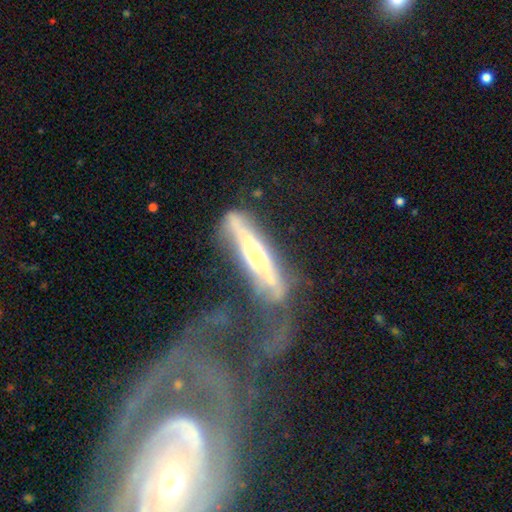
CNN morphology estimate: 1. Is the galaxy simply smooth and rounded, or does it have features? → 65% featured or disk, 28% smooth, 7% star or artifact.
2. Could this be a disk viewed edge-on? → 73% yes, 27% no.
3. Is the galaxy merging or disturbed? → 35% major disturbance, 27% none, 20% minor disturbance, 18% merger.